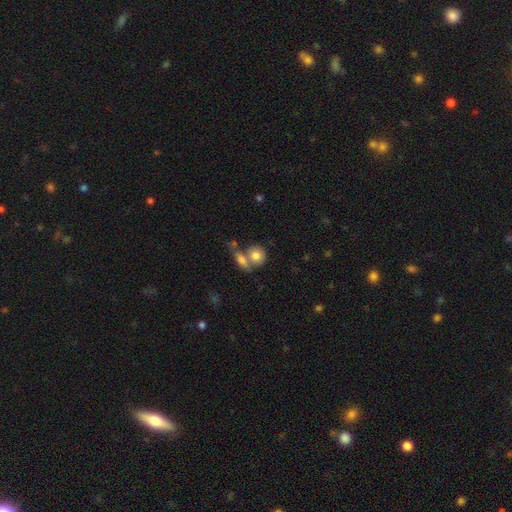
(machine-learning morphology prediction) A smooth galaxy with no disk features (79%) that is round (70%). Merging: merger (51%).